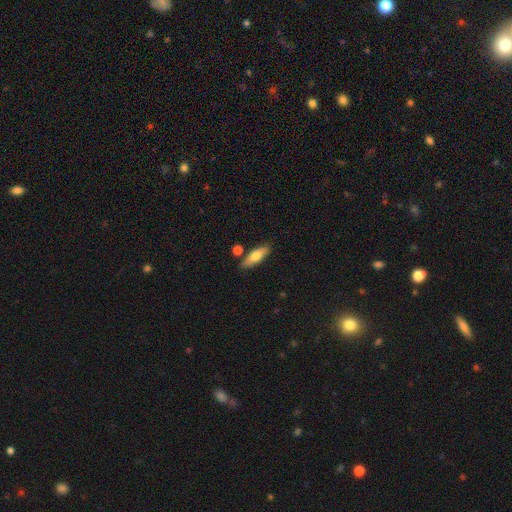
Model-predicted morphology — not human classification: Smooth or featured: smooth — 68% (featured or disk — 25%)
How rounded: in between — 52% (cigar-shaped — 45%)
Merging: none — 79% (minor disturbance — 11%)